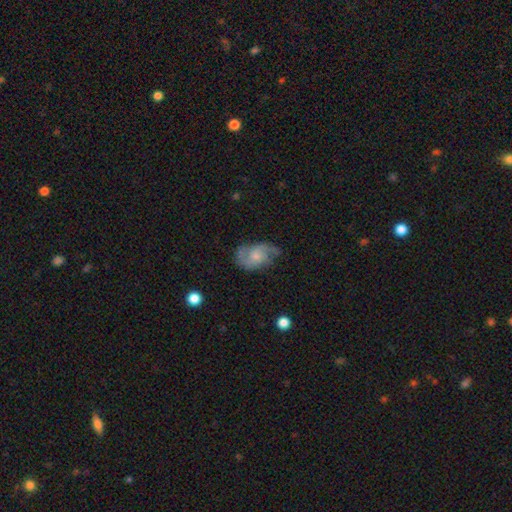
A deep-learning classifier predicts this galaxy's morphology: This is likely a featured or disk galaxy (65%). It is clearly not viewed edge-on (97%). Bar: likely no (68%). Spiral arm pattern: clearly yes (88%). Spiral arm count: likely 2 (77%). Spiral winding: possibly medium (48%). Central bulge: marginally small (43%). Merging: possibly none (60%).